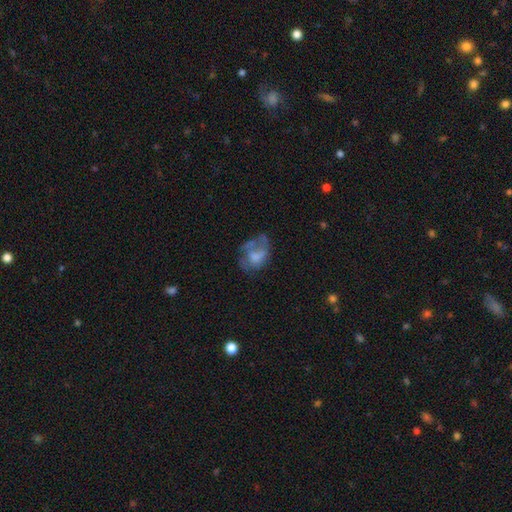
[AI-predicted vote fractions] A smooth galaxy with no disk features (46%). Merging: major disturbance (36%).